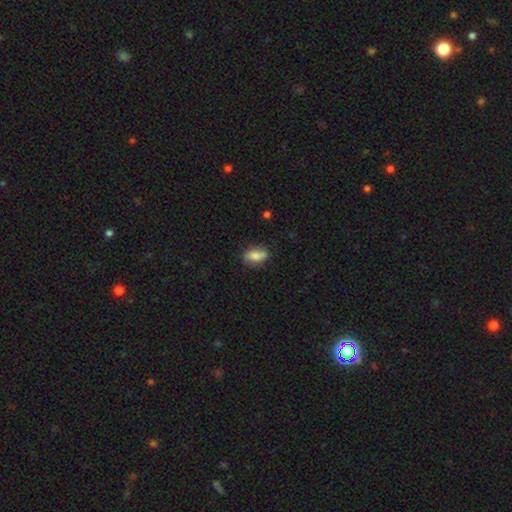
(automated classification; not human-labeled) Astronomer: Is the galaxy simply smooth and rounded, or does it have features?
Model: smooth — 72%.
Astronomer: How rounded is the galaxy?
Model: in between — 83%.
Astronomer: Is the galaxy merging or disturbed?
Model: none — 67%.